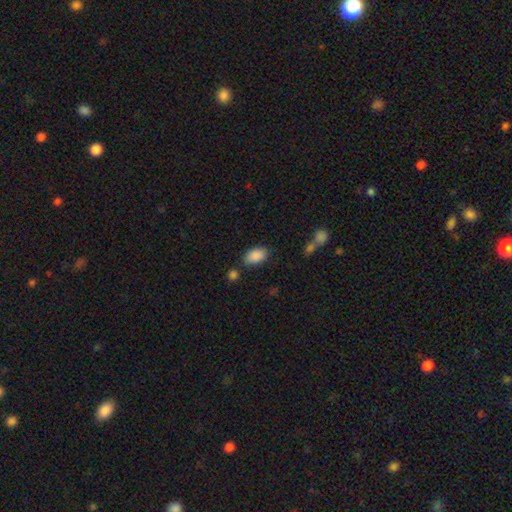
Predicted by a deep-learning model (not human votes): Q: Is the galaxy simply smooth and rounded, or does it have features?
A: smooth — 89%.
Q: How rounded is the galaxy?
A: in between — 93%.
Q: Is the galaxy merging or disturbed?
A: none — 75%.